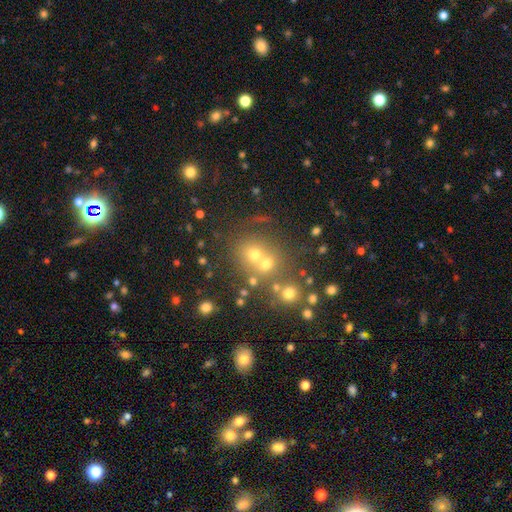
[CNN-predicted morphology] A smooth galaxy with no disk features (58%) that is round (77%). Merging: none (46%).